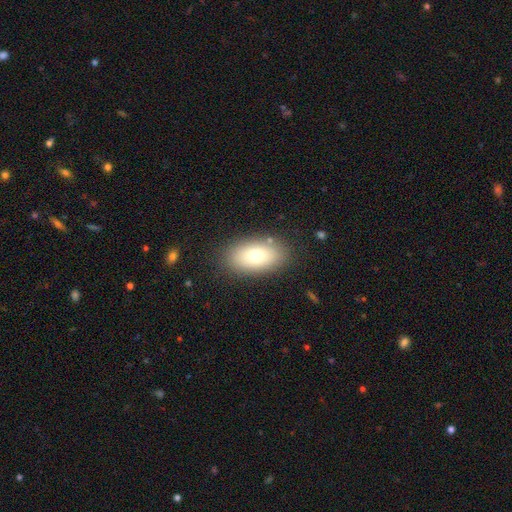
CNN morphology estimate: Smooth or featured? Predicted: smooth (p=0.73). How rounded? Predicted: in between (p=0.91). Merging? Predicted: none (p=0.84).